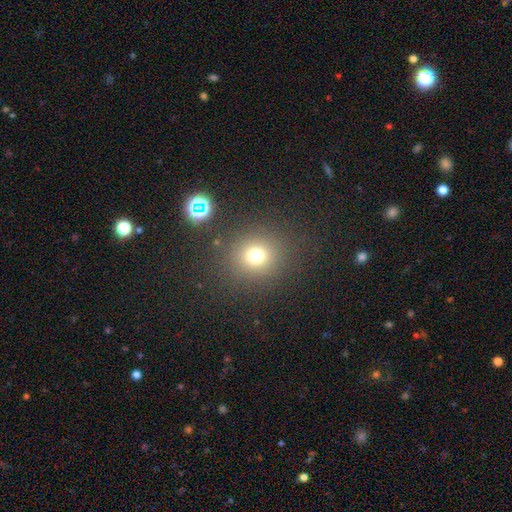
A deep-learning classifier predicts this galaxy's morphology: This appears to be a smooth galaxy with no disk features (72%) that is round (86%). Merging: none (85%).